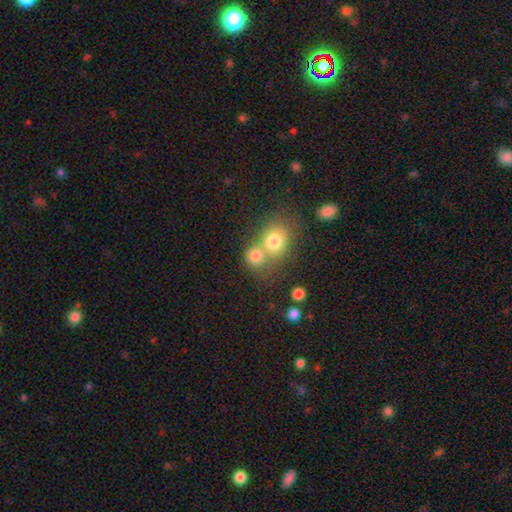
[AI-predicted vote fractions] smooth 77%, star or artifact 12%, featured or disk 11%. Down the decision tree: how rounded — round (73%); merging — merger (51%).